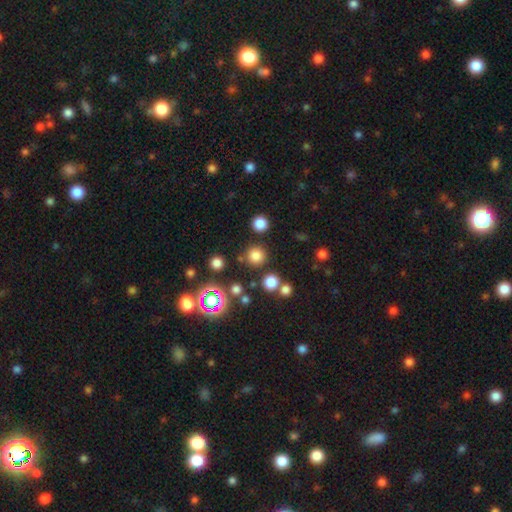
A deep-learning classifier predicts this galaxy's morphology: smooth_or_featured: smooth (p=0.76) [alt: star or artifact p=0.18]
how_rounded: round (p=0.93) [alt: in between p=0.06]
merging: none (p=0.83) [alt: minor disturbance p=0.07]